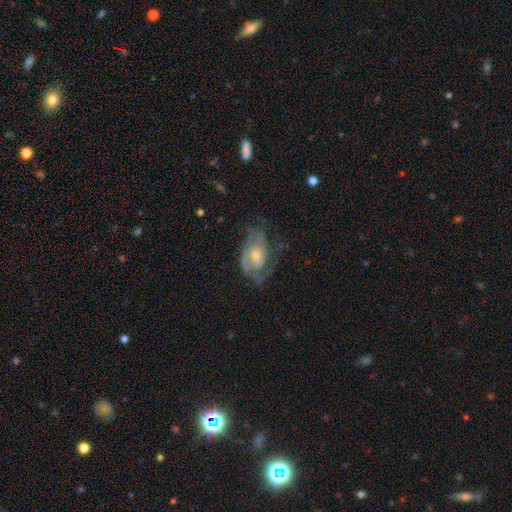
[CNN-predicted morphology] Smooth or featured? Predicted: featured or disk (p=0.76). Edge-on disk? Predicted: no (p=0.96). Bar? Predicted: no (p=0.69). Spiral arms? Predicted: yes (p=0.88). Spiral winding? Predicted: medium (p=0.44). Spiral arm count? Predicted: 2 (p=0.46). Bulge size? Predicted: moderate (p=0.46). Merging? Predicted: none (p=0.50).